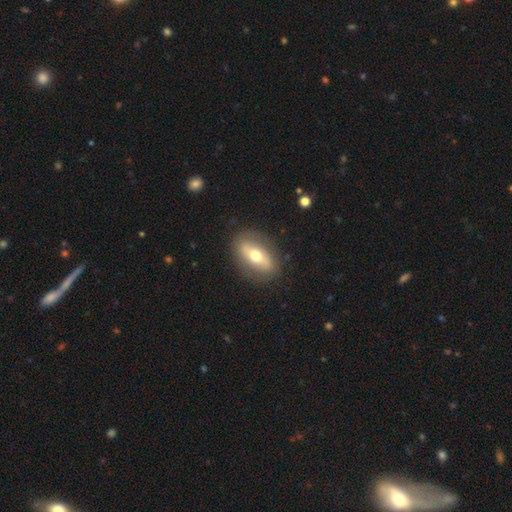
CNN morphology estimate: Smooth or featured? Predicted: featured or disk (p=0.49). Merging? Predicted: none (p=0.84).